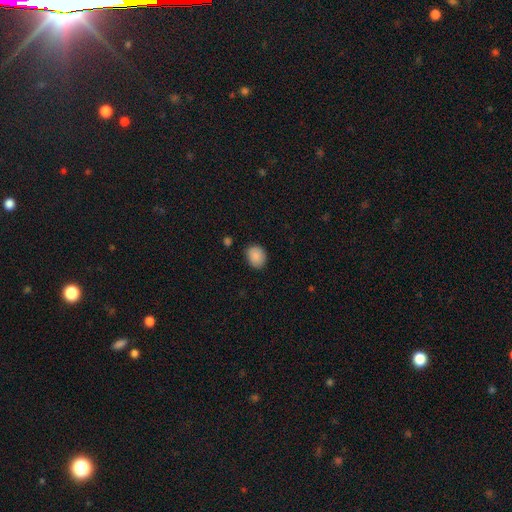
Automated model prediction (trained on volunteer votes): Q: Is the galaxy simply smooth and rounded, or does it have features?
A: smooth — 88%.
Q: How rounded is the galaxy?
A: round — 56%.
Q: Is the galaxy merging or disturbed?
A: none — 83%.